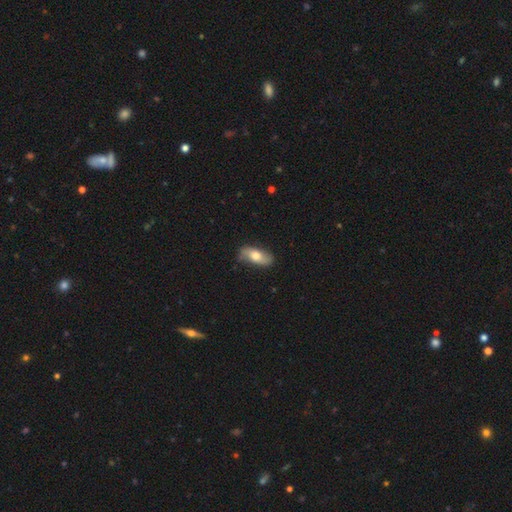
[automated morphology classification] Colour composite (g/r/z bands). It shows a smooth galaxy with no disk features (52%) that is in between round and cigar-shaped (82%). Merging: none (77%).